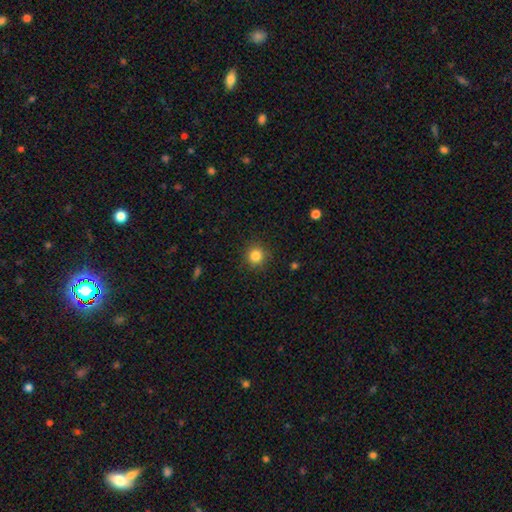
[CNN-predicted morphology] smooth 84%, star or artifact 11%, featured or disk 4%. Down the decision tree: how rounded — round (93%); merging — none (89%).